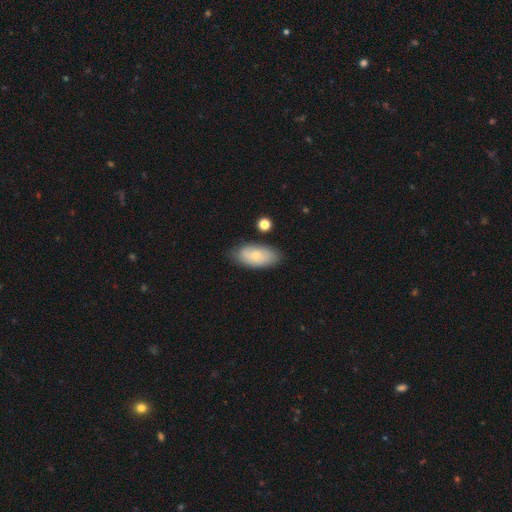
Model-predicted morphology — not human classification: Overall: smooth (61%; featured or disk 33%). How rounded: in between (91%). Merging: none (76%).